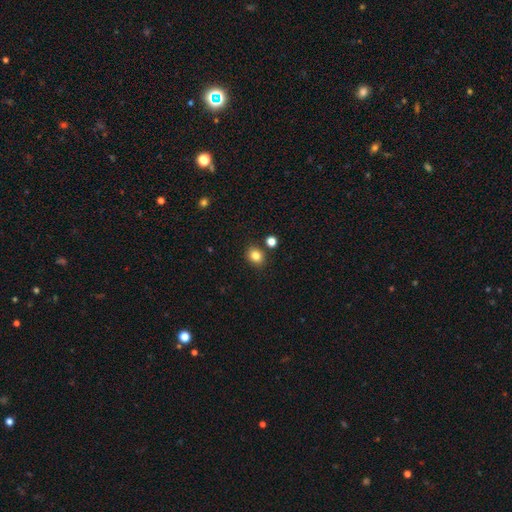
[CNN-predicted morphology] smooth-or-featured: smooth: 82% | star or artifact: 12% | featured or disk: 6%
  how-rounded: round: 66% | in between: 33% | cigar-shaped: 1%
  merging: none: 83% | minor disturbance: 9% | merger: 6% | major disturbance: 2%